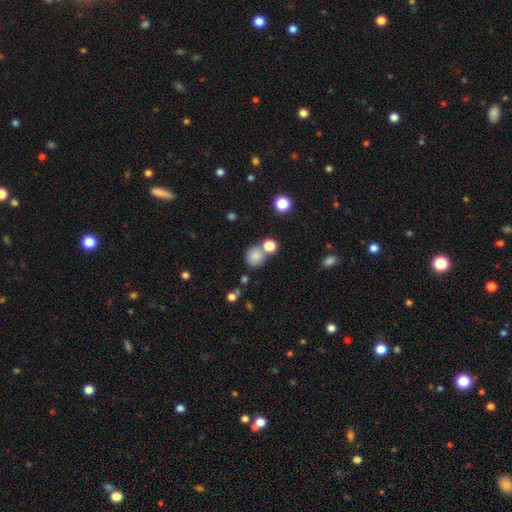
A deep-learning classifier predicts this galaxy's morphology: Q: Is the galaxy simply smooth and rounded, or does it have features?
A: smooth — 82%.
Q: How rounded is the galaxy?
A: round — 84%.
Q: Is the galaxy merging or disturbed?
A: none — 61%.